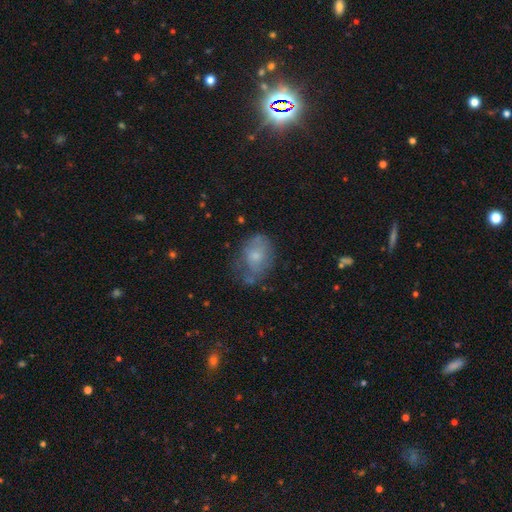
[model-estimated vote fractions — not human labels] This is likely a smooth galaxy (62%). How rounded: likely in between (78%). Merging: possibly none (46%).